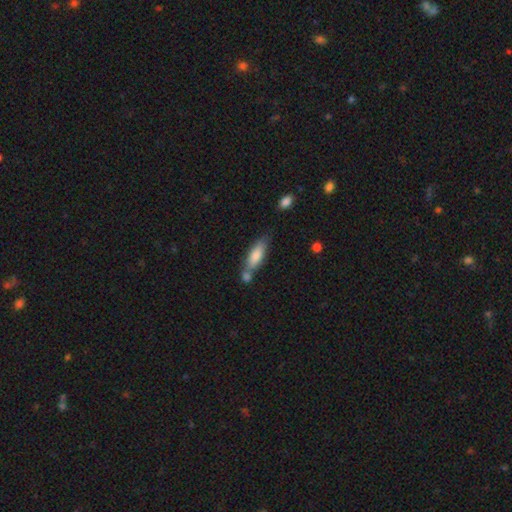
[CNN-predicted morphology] A smooth galaxy with no disk features (77%) that is in between round and cigar-shaped (53%).

Vote fractions:
- Smooth or featured? smooth: 77% / featured or disk: 17% / star or artifact: 6%
- How rounded? in between: 53% / cigar-shaped: 45% / round: 2%
- Merging? none: 50% / merger: 30% / minor disturbance: 16% / major disturbance: 4%